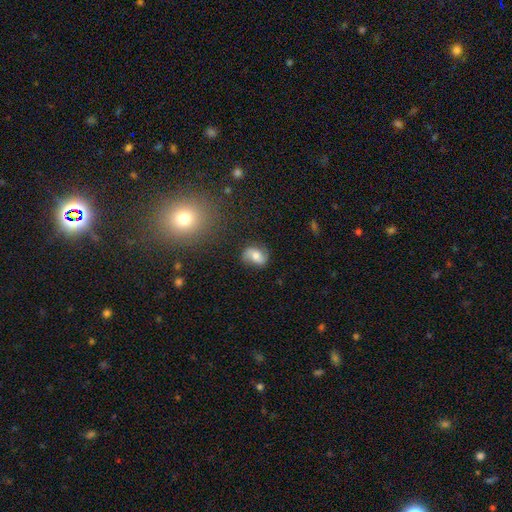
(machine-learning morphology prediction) type=smooth (45%, tied with featured or disk); merging=none (70%).